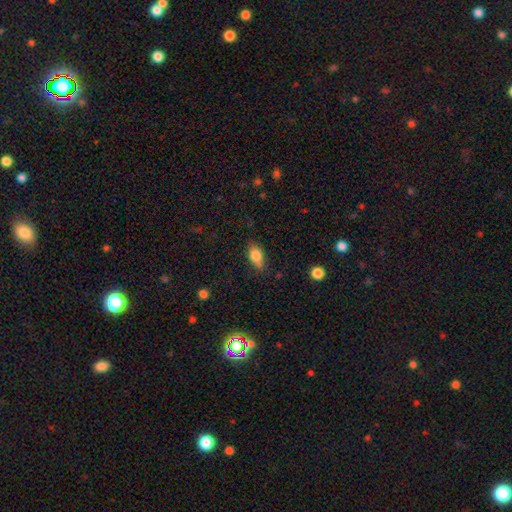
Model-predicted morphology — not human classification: Overall: smooth (82%). How rounded: in between (86%). Merging: none (71%).